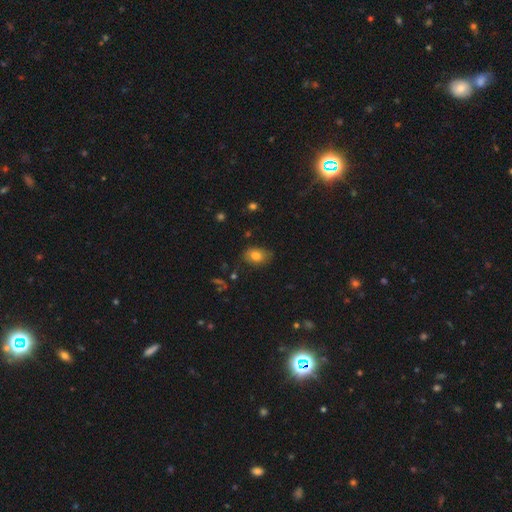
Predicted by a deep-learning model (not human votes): Morphology: type=smooth (78%); roundness=in between (73%); merging=none (75%).